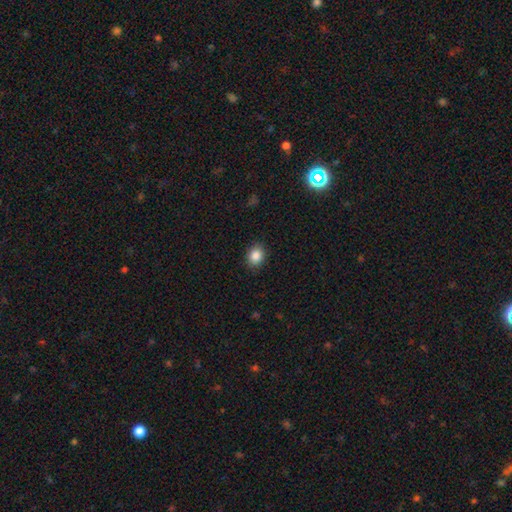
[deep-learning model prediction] Overall: smooth (86%). How rounded: in between (50%; round 49%). Merging: none (88%).